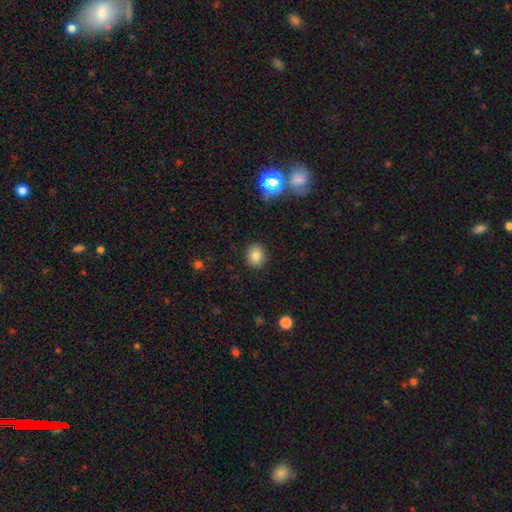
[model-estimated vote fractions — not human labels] smooth 81%, star or artifact 12%, featured or disk 7%. Down the decision tree: how rounded — round (71%); merging — none (89%).